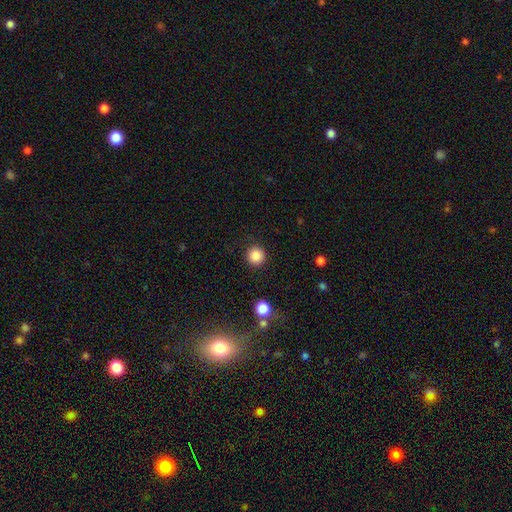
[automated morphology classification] A smooth galaxy with no disk features (86%) that is round (95%). Merging: none (91%).